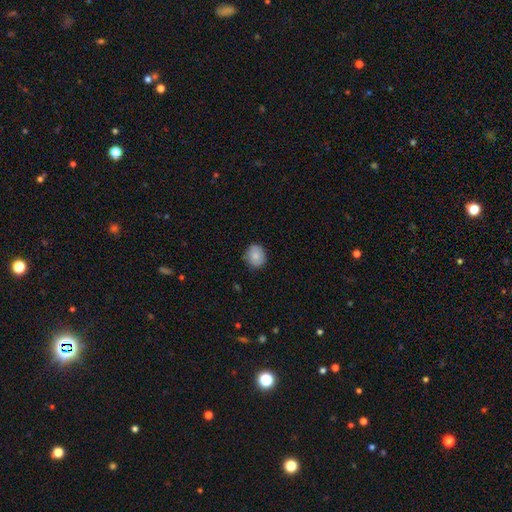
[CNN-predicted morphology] A smooth galaxy with no disk features (84%) that is round (64%). Merging: none (84%).